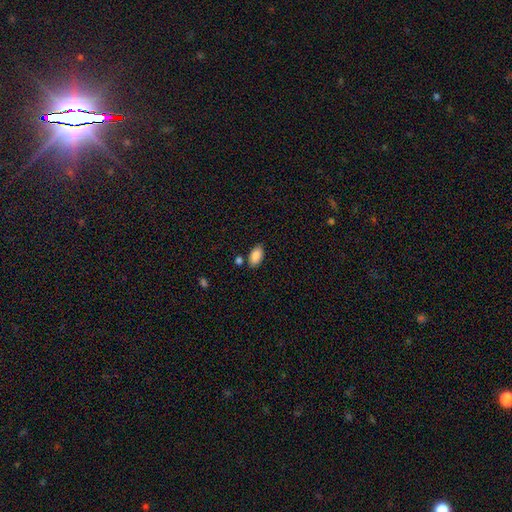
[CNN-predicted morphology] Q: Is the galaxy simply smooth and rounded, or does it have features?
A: smooth — 88%.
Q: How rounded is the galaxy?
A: in between — 94%.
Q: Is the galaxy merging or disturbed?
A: none — 79%.